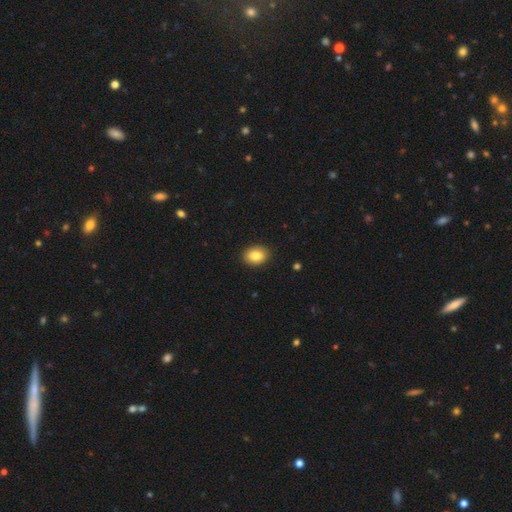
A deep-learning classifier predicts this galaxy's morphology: Overall: smooth (84%). How rounded: in between (65%; round 34%). Merging: none (89%).